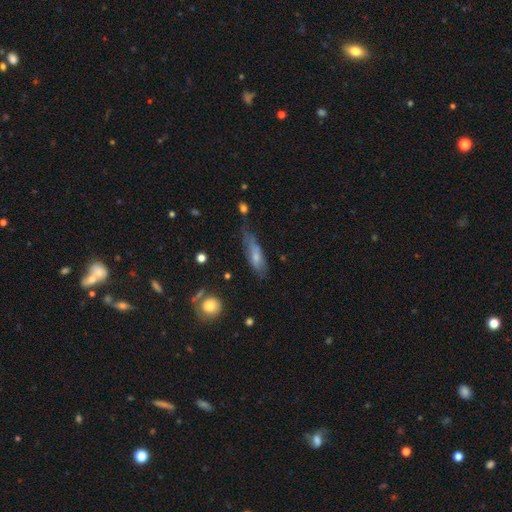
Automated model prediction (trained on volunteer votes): A smooth galaxy with no disk features (60%) that is in between round and cigar-shaped (49%). Merging: none (41%).